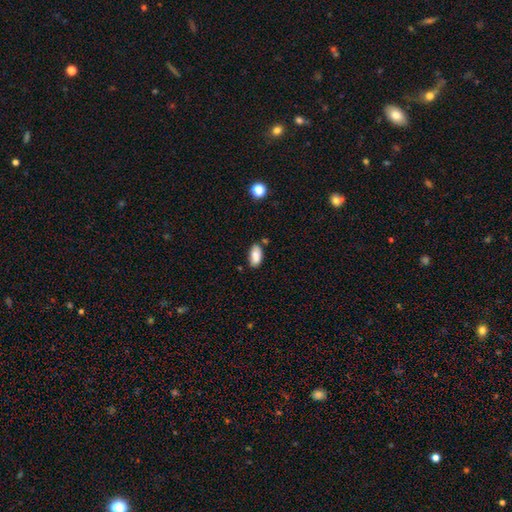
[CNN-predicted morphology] Smooth or featured?
  - smooth: 86% *
  - star or artifact: 8%
  - featured or disk: 6%
How rounded?
  - in between: 92% *
  - cigar-shaped: 6%
  - round: 3%
Merging?
  - none: 75% *
  - minor disturbance: 17%
  - merger: 5%
  - major disturbance: 3%